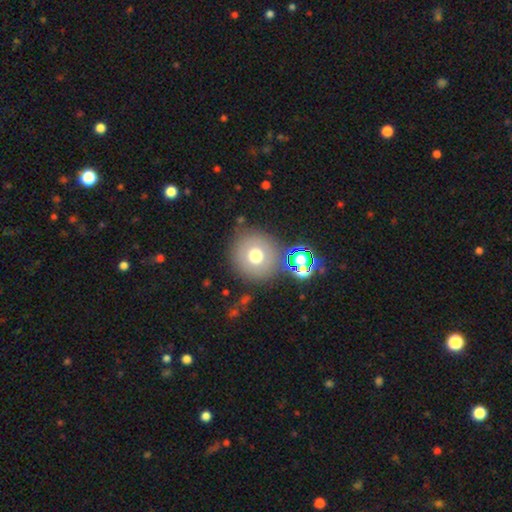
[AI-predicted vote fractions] Smooth or featured: smooth — 67% (featured or disk — 18%)
How rounded: round — 94% (in between — 5%)
Merging: none — 79% (minor disturbance — 9%)